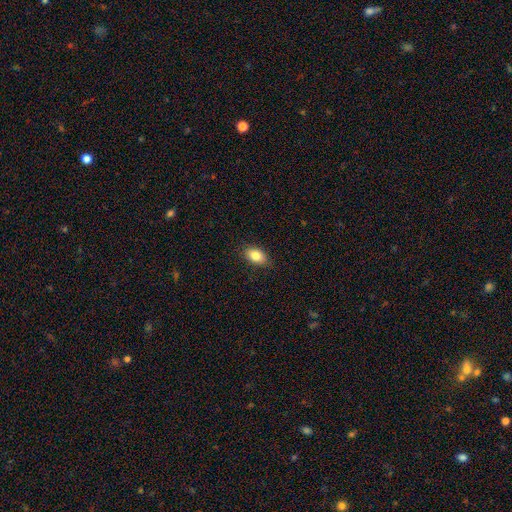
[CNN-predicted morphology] This is clearly a smooth galaxy (85%). How rounded: clearly in between (89%). Merging: clearly none (85%).